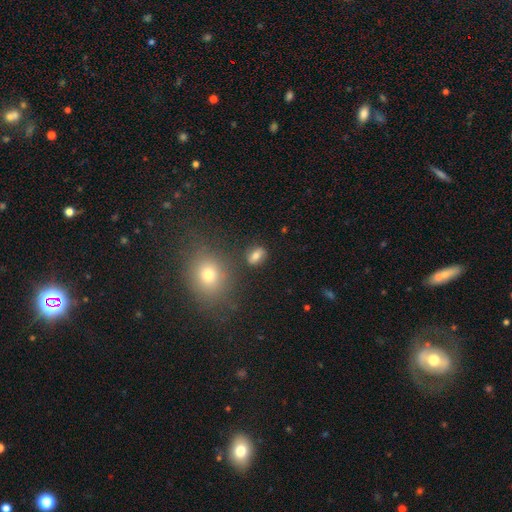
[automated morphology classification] Smooth or featured? Predicted: smooth (p=0.78). How rounded? Predicted: in between (p=0.76). Merging? Predicted: none (p=0.81).